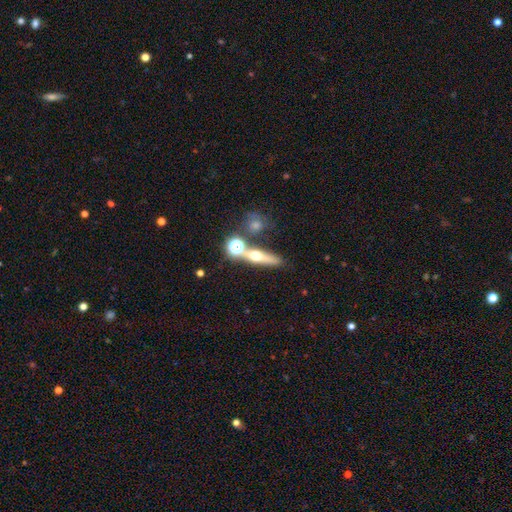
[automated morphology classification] Smooth or featured?
  - smooth: 44% *
  - featured or disk: 41%
  - star or artifact: 15%
Merging?
  - none: 65% *
  - merger: 19%
  - minor disturbance: 11%
  - major disturbance: 5%